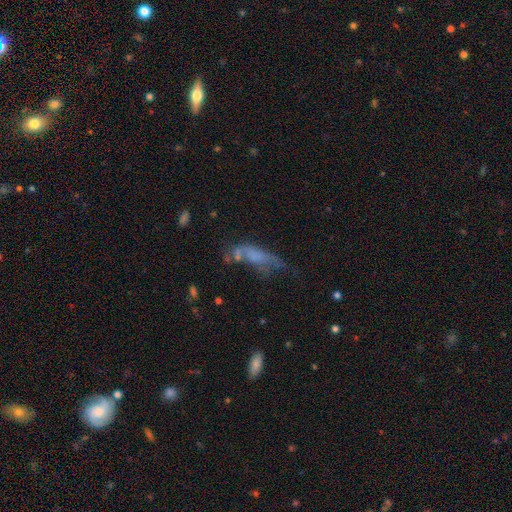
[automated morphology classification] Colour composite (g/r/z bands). It shows a smooth galaxy with no disk features (50%) that is in between round and cigar-shaped (58%). Merging: major disturbance (34%).